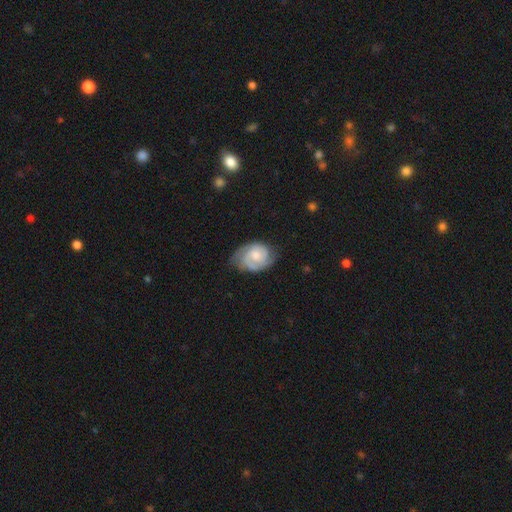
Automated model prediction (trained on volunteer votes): A featured or disk galaxy (75%) with no bar (64%), 2 (64%) tight (56%) spiral arms (94%) and a moderate central bulge (50%). Merging: none (62%).